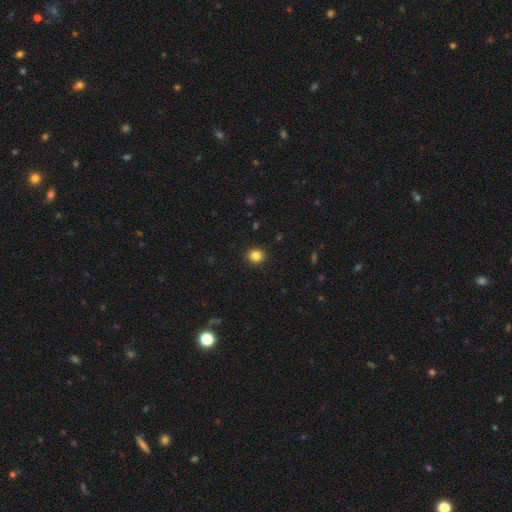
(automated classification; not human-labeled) Overall: smooth (84%). How rounded: round (91%). Merging: none (93%).